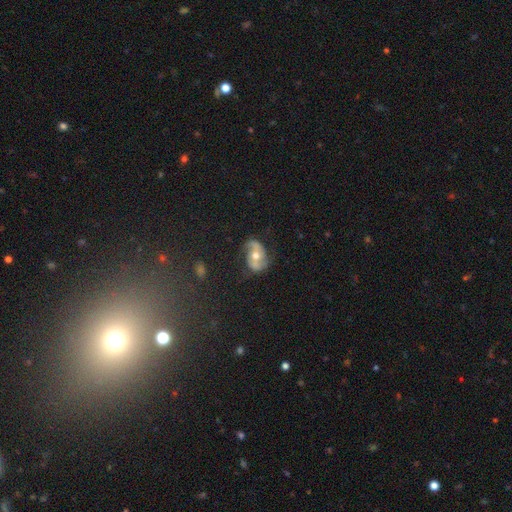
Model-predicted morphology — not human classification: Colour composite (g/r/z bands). It shows a featured or disk galaxy (79%) with no bar (51%), 2 (91%) loose (47%) spiral arms (93%) and a moderate central bulge (74%). Merging: none (73%).